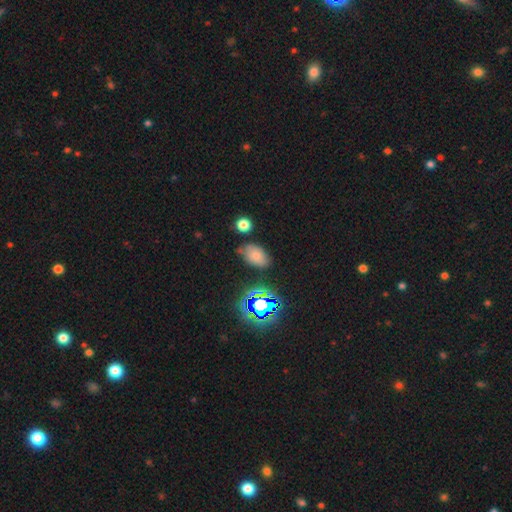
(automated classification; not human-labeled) A smooth galaxy with no disk features (65%) that is in between round and cigar-shaped (88%). Merging: none (66%).